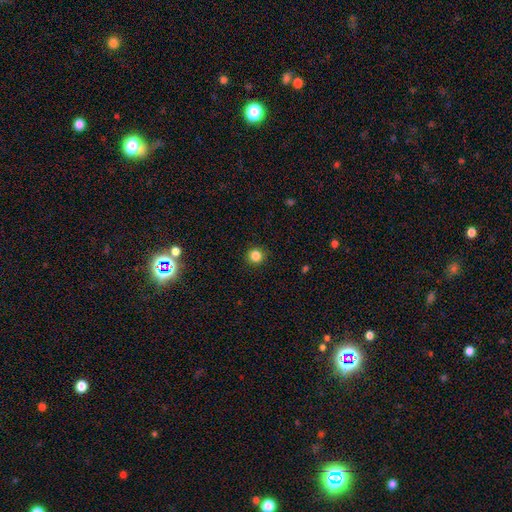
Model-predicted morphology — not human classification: This appears to be a smooth galaxy with no disk features (84%) that is round (95%). Merging: none (92%).